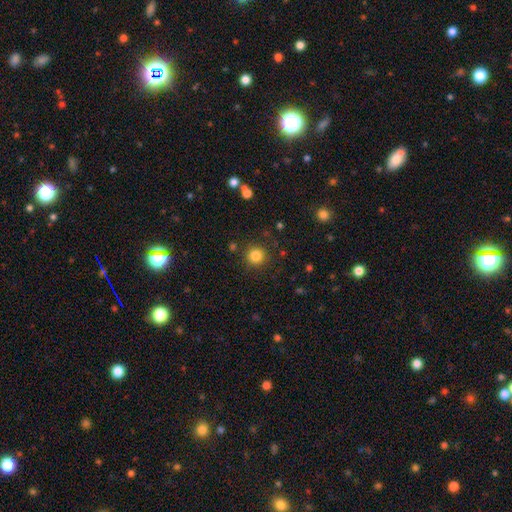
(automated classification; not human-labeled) This appears to be a smooth galaxy with no disk features (83%) that is round (94%). Merging: none (88%).